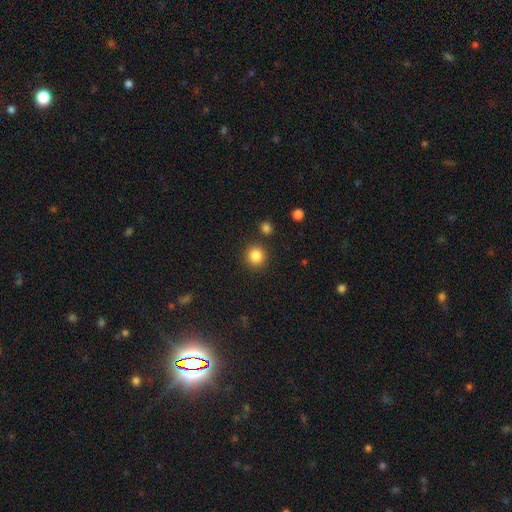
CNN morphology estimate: A smooth galaxy with no disk features (86%) that is round (93%). Merging: none (88%).